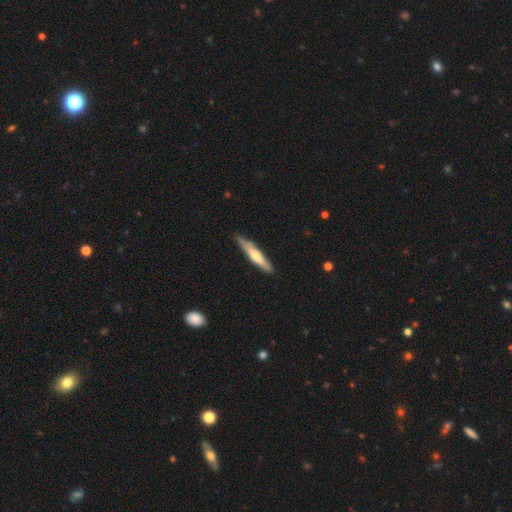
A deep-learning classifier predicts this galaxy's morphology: smooth-or-featured: smooth: 51% | featured or disk: 44% | star or artifact: 5%
  how-rounded: cigar-shaped: 90% | in between: 9% | round: 1%
  merging: none: 80% | minor disturbance: 16% | major disturbance: 2% | merger: 2%